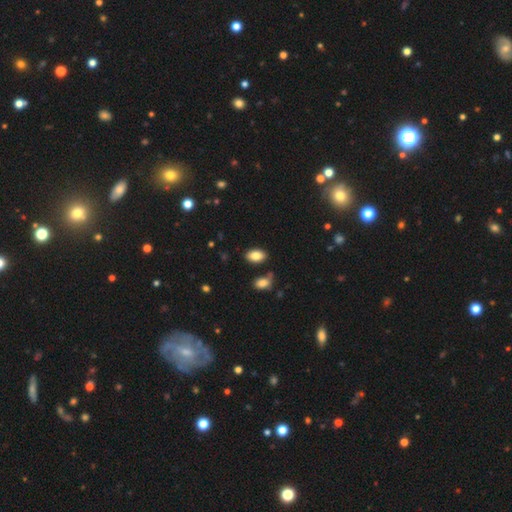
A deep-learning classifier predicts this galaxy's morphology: Q: Smooth or featured?
A: smooth (85%); runner-up: star or artifact (8%)
Q: How rounded?
A: in between (92%); runner-up: round (7%)
Q: Merging?
A: none (82%); runner-up: minor disturbance (10%)